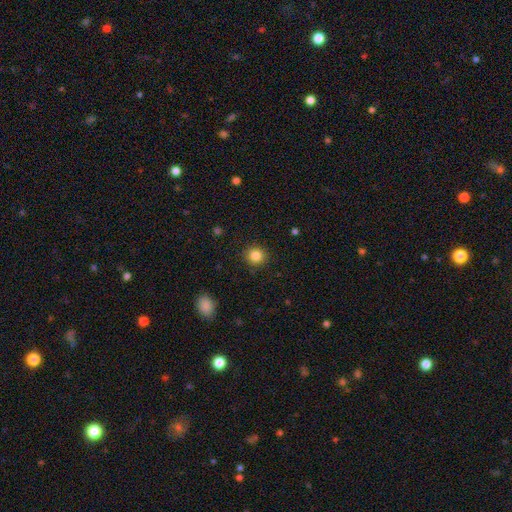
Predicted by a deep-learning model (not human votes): Smooth or featured: smooth — 84% (star or artifact — 11%)
How rounded: round — 91% (in between — 8%)
Merging: none — 91% (minor disturbance — 6%)